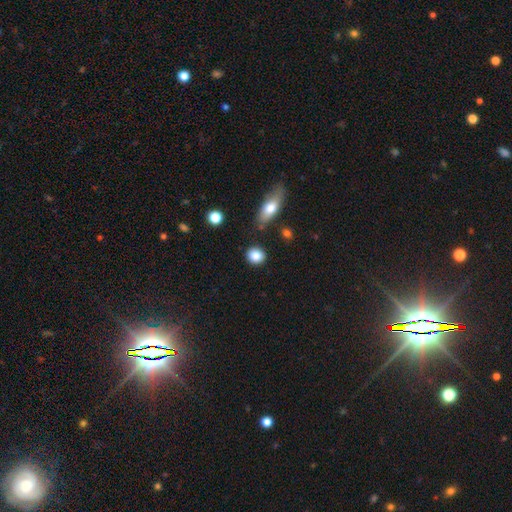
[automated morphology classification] This appears to be a smooth galaxy with no disk features (86%) that is round (76%). Merging: none (85%).